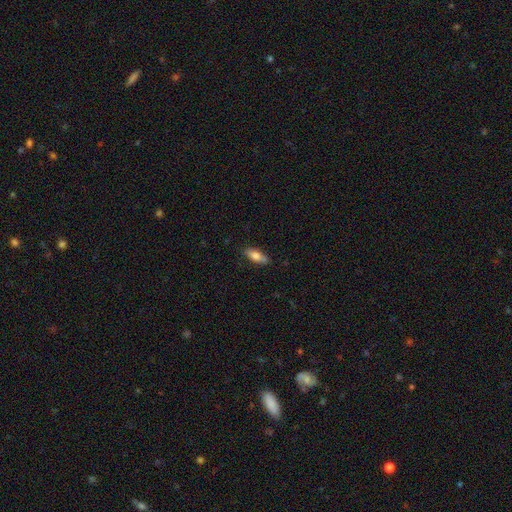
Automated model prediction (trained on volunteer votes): A smooth galaxy with no disk features (77%) that is in between round and cigar-shaped (75%).

Vote fractions:
- Smooth or featured? smooth: 77% / featured or disk: 16% / star or artifact: 7%
- How rounded? in between: 75% / cigar-shaped: 23% / round: 2%
- Merging? none: 81% / minor disturbance: 15% / major disturbance: 3% / merger: 1%